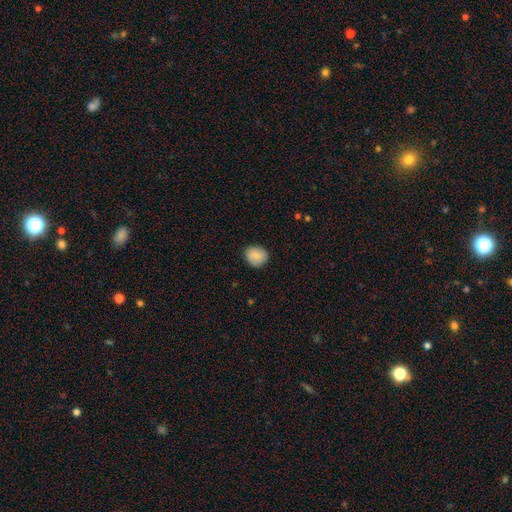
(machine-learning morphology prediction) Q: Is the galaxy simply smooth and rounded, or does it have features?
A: smooth — 83%.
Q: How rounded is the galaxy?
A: round — 79%.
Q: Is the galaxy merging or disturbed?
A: none — 87%.